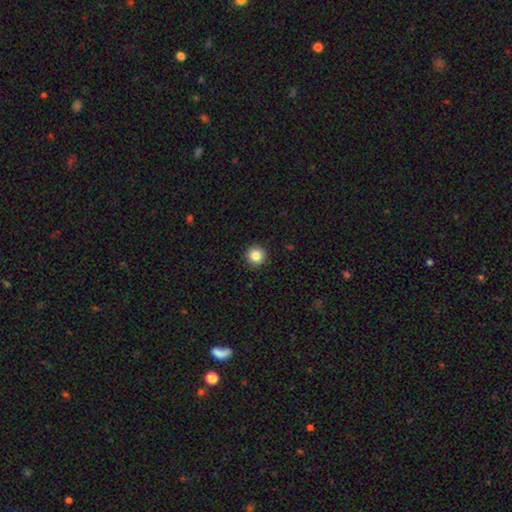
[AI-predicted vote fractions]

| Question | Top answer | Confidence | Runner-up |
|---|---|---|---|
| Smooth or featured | smooth | 86% | star or artifact (10%) |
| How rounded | round | 96% | in between (3%) |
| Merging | none | 92% | minor disturbance (5%) |